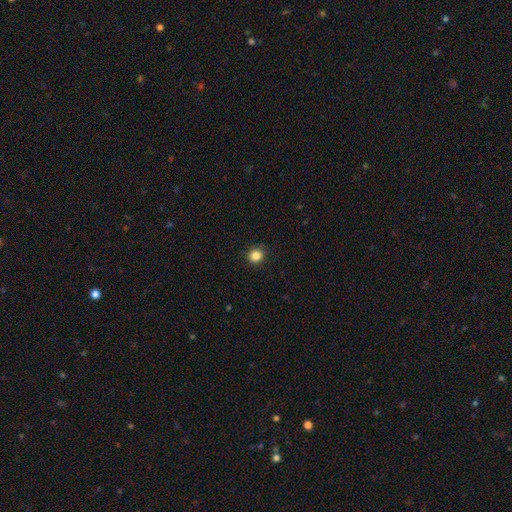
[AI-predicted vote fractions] A smooth galaxy with no disk features (85%) that is round (90%).

Vote fractions:
- Smooth or featured? smooth: 85% / star or artifact: 11% / featured or disk: 4%
- How rounded? round: 90% / in between: 9% / cigar-shaped: 1%
- Merging? none: 89% / minor disturbance: 8% / major disturbance: 2% / merger: 1%